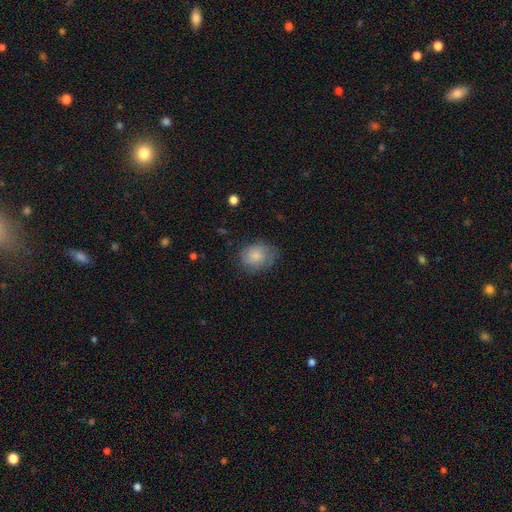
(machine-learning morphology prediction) This is likely a smooth galaxy (78%). How rounded: possibly round (53%). Merging: likely none (67%).